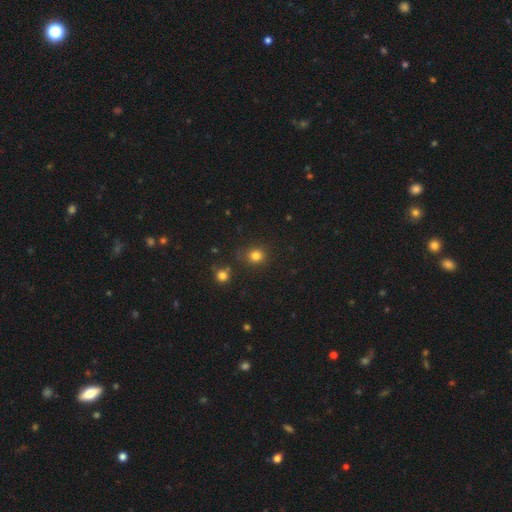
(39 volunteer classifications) Q: Smooth or featured?
A: smooth (82%); runner-up: star or artifact (10%)
Q: How rounded?
A: round (81%); runner-up: in between (19%)
Q: Merging?
A: none (83%); runner-up: minor disturbance (9%)